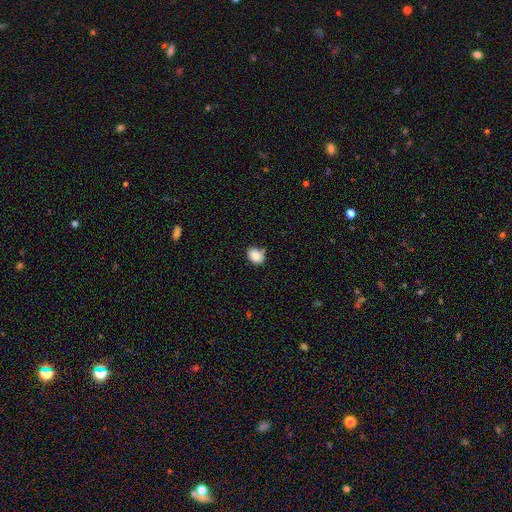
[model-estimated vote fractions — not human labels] This is clearly a smooth galaxy (88%). How rounded: likely in between (68%). Merging: likely none (75%).